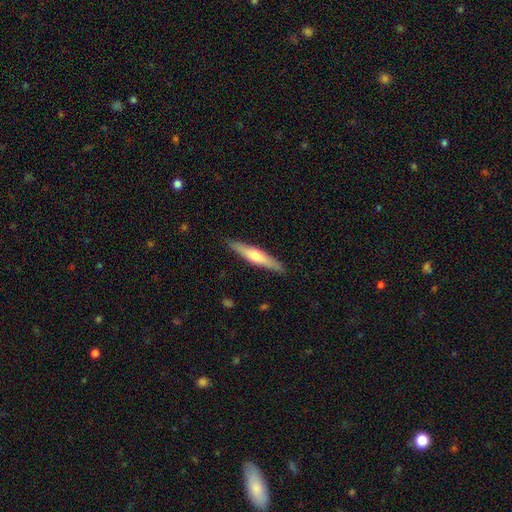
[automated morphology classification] This appears to be a featured or disk galaxy (50%). Merging: none (89%).